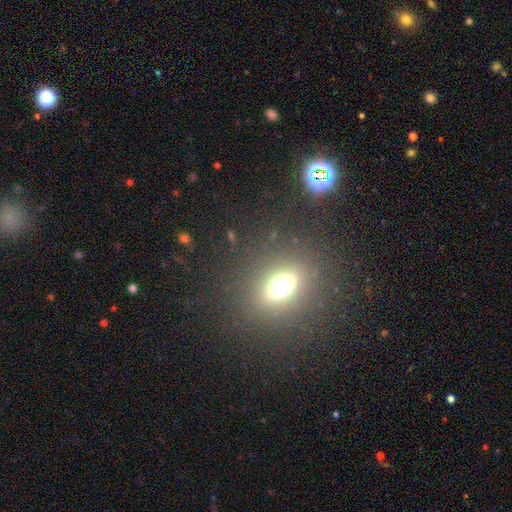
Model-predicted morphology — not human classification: smooth-or-featured: smooth: 54% | star or artifact: 26% | featured or disk: 20%
  how-rounded: in between: 52% | round: 42% | cigar-shaped: 6%
  merging: none: 88% | minor disturbance: 7% | major disturbance: 3% | merger: 2%